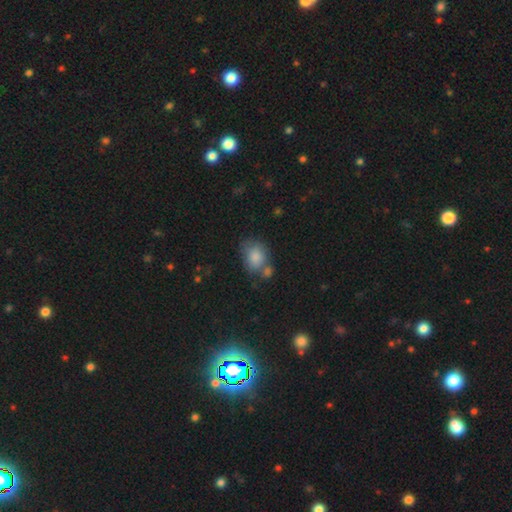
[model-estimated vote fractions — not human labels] This appears to be a smooth galaxy with no disk features (81%) that is in between round and cigar-shaped (64%). Merging: none (52%).